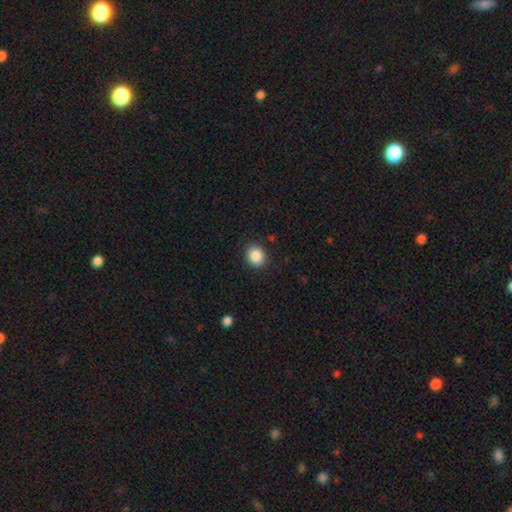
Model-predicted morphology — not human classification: smooth_or_featured: smooth (p=0.88) [alt: star or artifact p=0.09]
how_rounded: round (p=0.70) [alt: in between p=0.29]
merging: none (p=0.88) [alt: minor disturbance p=0.08]